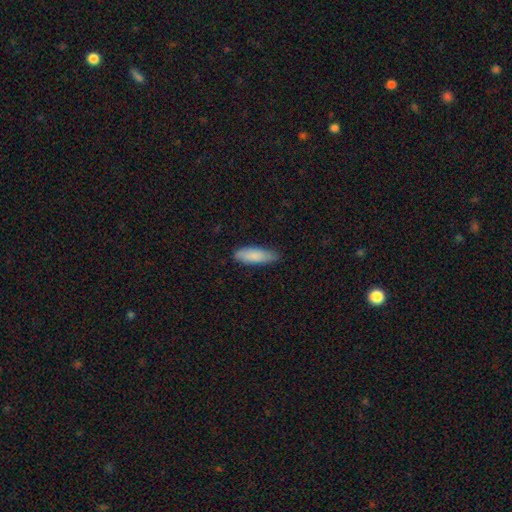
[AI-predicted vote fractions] Q: Smooth or featured?
A: smooth (85%); runner-up: featured or disk (9%)
Q: How rounded?
A: in between (61%); runner-up: cigar-shaped (37%)
Q: Merging?
A: none (71%); runner-up: minor disturbance (24%)